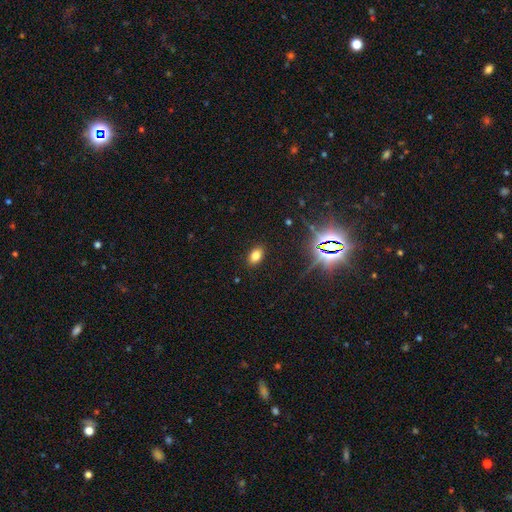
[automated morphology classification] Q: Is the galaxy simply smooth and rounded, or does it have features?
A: smooth — 75%.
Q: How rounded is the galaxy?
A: in between — 88%.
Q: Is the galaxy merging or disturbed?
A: none — 88%.